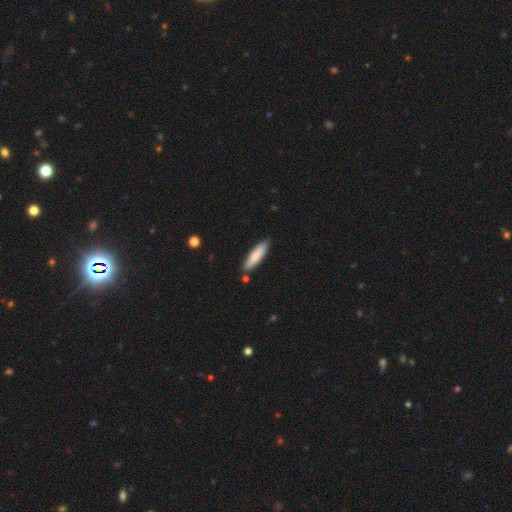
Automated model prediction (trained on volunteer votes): The model was most divided on "how rounded": cigar-shaped: 69%, in between: 30%, round: 1%. More confident: merging — none (84%); smooth or featured — smooth (80%).